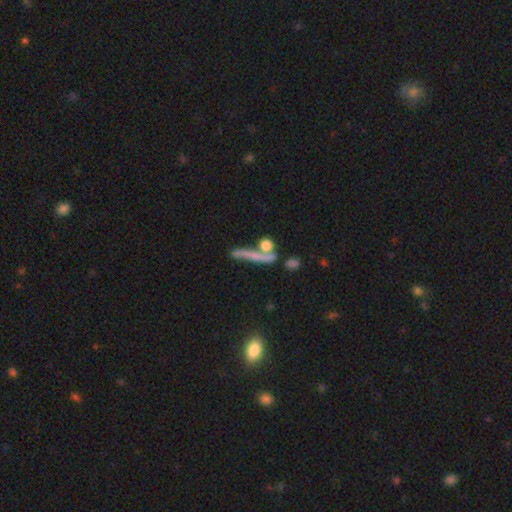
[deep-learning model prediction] Overall: smooth (43%, tied with featured or disk). Merging: none (49%; merger 23%).